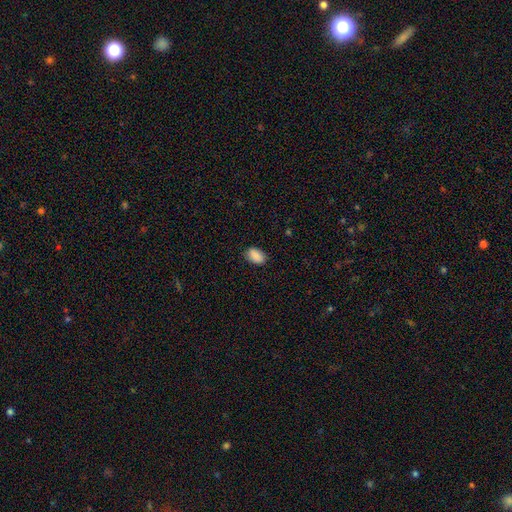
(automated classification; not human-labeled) A smooth galaxy with no disk features (88%) that is in between round and cigar-shaped (90%). Merging: none (83%).